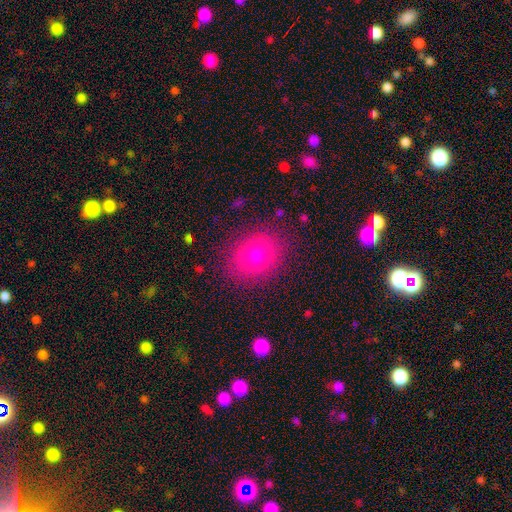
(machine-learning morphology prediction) smooth 76%, star or artifact 13%, featured or disk 12%. Down the decision tree: how rounded — round (60%); merging — none (85%).